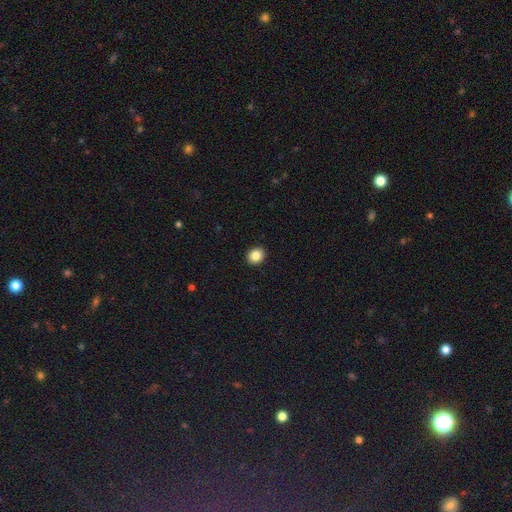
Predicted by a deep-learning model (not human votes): Smooth or featured?
  - smooth: 85% *
  - star or artifact: 9%
  - featured or disk: 5%
How rounded?
  - round: 71% *
  - in between: 28%
  - cigar-shaped: 1%
Merging?
  - none: 92% *
  - minor disturbance: 5%
  - major disturbance: 2%
  - merger: 1%